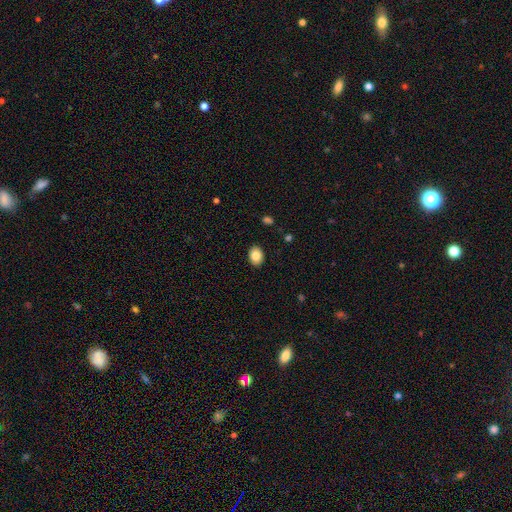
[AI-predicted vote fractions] This is clearly a smooth galaxy (86%). How rounded: likely in between (70%). Merging: clearly none (90%).